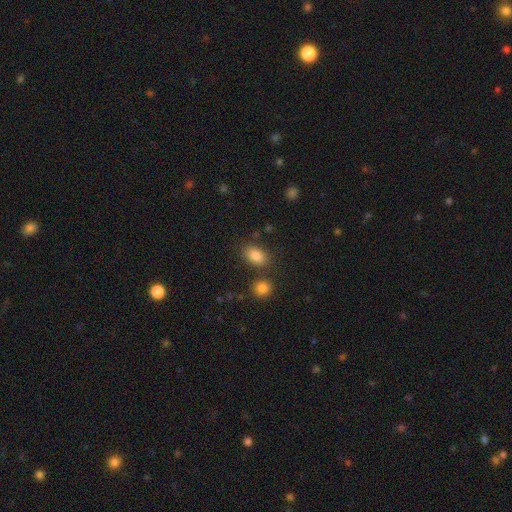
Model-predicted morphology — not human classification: Smooth or featured? smooth (86%)
How rounded? in between (84%)
Merging? none (75%)